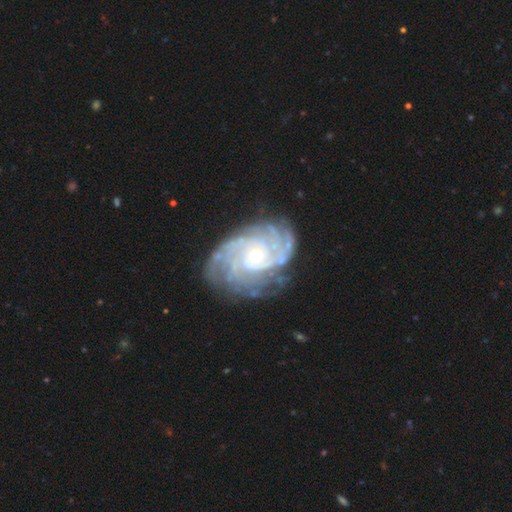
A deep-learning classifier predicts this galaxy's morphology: Overall: featured or disk (90%). Edge-on disk: no (97%). Bar: no (76%). Spiral arms: yes (98%). Spiral arm count: can't tell (25%; more than 4 22%). Spiral winding: tight (74%). Bulge size: small (61%; moderate 35%). Merging: none (76%).